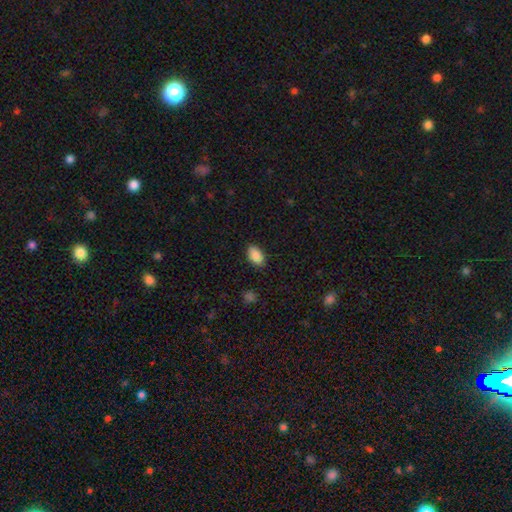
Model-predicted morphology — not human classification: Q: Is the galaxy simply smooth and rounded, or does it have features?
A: smooth — 88%.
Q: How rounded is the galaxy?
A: in between — 93%.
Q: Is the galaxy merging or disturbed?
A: none — 88%.